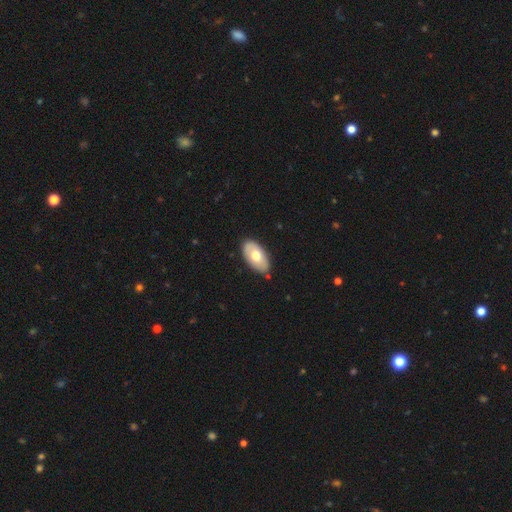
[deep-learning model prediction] Morphology: type=smooth (61%); roundness=in between (95%); merging=none (83%).